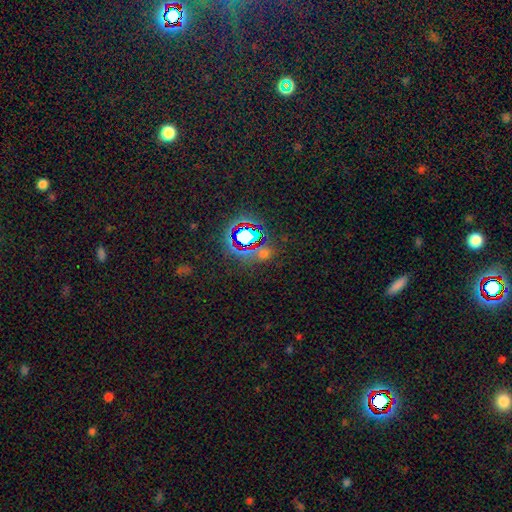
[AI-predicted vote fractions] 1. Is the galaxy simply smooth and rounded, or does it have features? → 78% star or artifact, 13% smooth, 8% featured or disk.